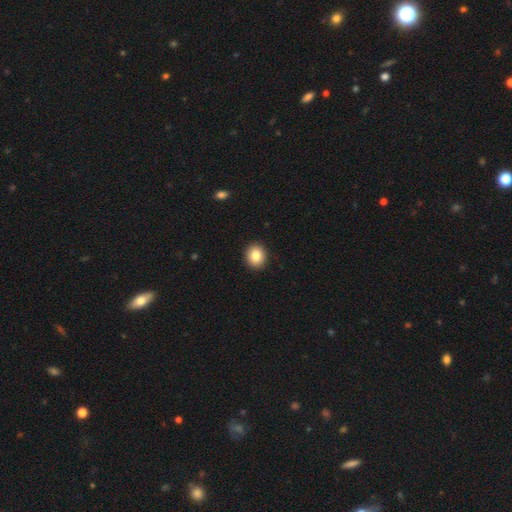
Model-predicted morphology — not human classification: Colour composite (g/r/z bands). It shows a smooth galaxy with no disk features (85%) that is round (73%). Merging: none (92%).